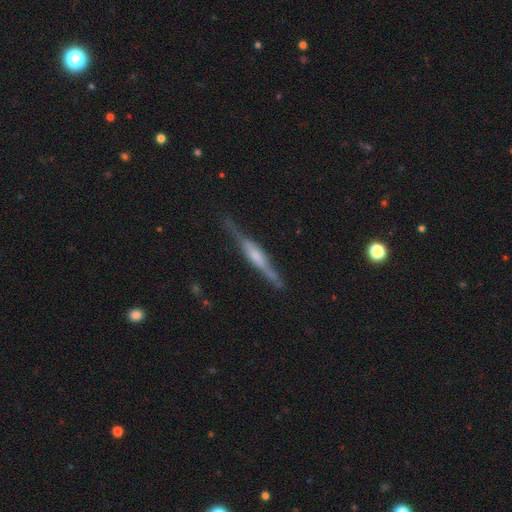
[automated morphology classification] Overall: featured or disk (75%). Edge-on disk: yes (96%). Edge-on bulge: rounded (45%; boxy 39%). Merging: none (80%).